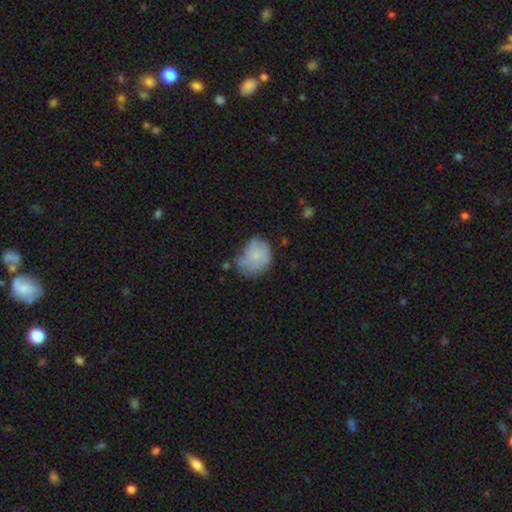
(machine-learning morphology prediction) type=smooth (61%); roundness=round (51%); merging=none (39%).